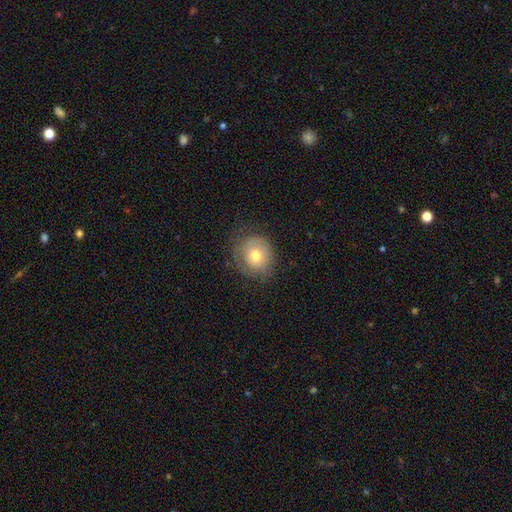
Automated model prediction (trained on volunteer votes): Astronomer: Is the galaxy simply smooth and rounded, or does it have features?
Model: smooth — 67%.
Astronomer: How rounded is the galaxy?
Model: round — 79%.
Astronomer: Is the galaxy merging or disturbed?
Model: none — 70%.